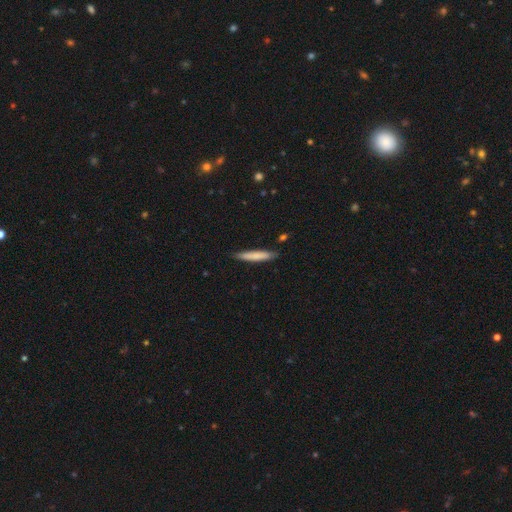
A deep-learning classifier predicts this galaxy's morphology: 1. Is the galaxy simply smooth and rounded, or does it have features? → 75% smooth, 19% featured or disk, 6% star or artifact.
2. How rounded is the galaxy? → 92% cigar-shaped, 7% in between, 1% round.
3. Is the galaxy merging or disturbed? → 86% none, 11% minor disturbance, 2% major disturbance, 2% merger.